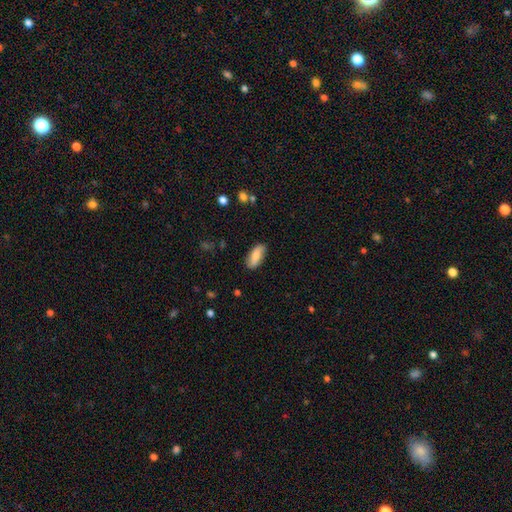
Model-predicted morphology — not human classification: Smooth or featured? smooth (72%)
How rounded? in between (82%)
Merging? none (85%)